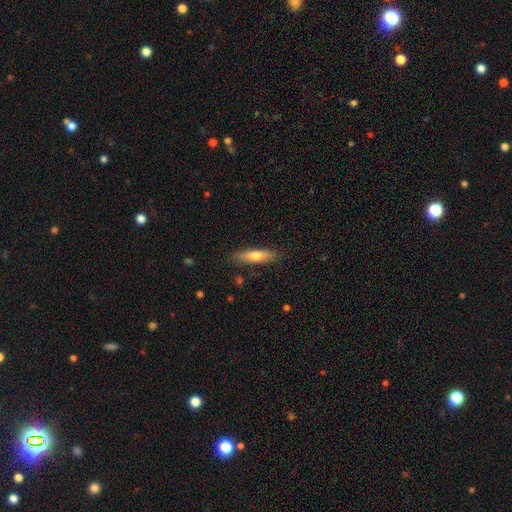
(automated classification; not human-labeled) Smooth or featured? smooth (67%)
How rounded? cigar-shaped (69%)
Merging? none (85%)